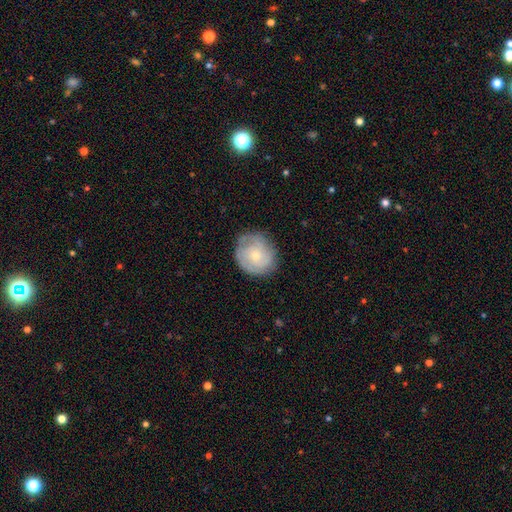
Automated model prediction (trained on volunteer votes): A featured or disk galaxy (58%) with no bar (82%), spiral arms (82%) and a small central bulge (70%). Merging: none (75%).